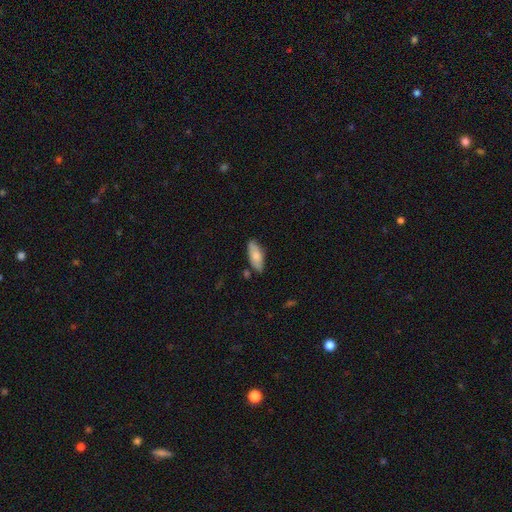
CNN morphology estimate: This appears to be a smooth galaxy with no disk features (77%) that is in between round and cigar-shaped (78%). Merging: none (80%).